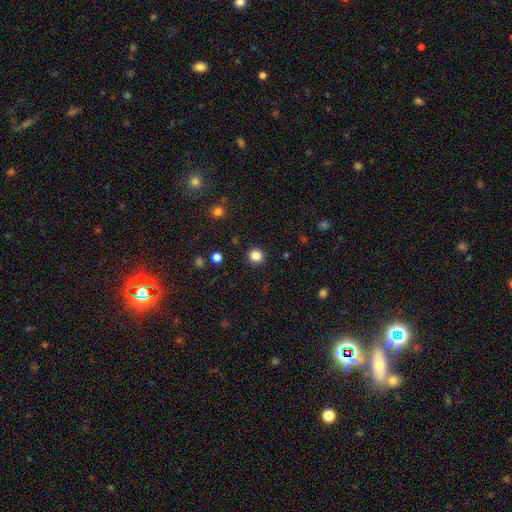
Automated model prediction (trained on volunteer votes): A smooth galaxy with no disk features (85%) that is round (94%). Merging: none (92%).